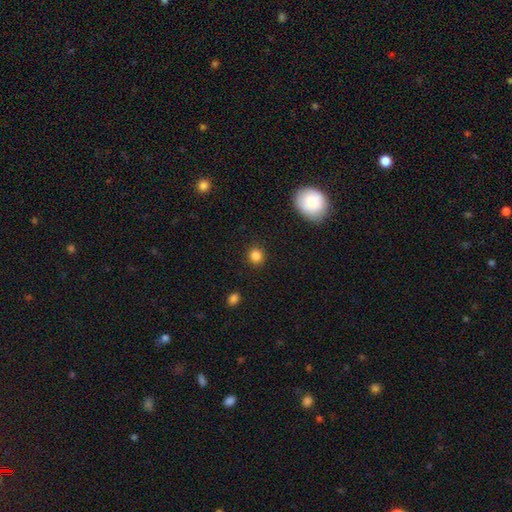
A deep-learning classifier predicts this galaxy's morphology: Smooth or featured? smooth (84%)
How rounded? round (89%)
Merging? none (89%)